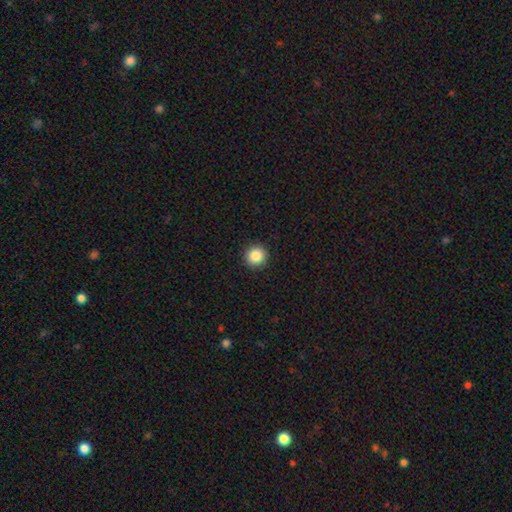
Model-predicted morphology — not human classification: Smooth or featured?
  - smooth: 86% *
  - star or artifact: 10%
  - featured or disk: 4%
How rounded?
  - round: 95% *
  - in between: 5%
  - cigar-shaped: 1%
Merging?
  - none: 93% *
  - minor disturbance: 5%
  - major disturbance: 2%
  - merger: 1%